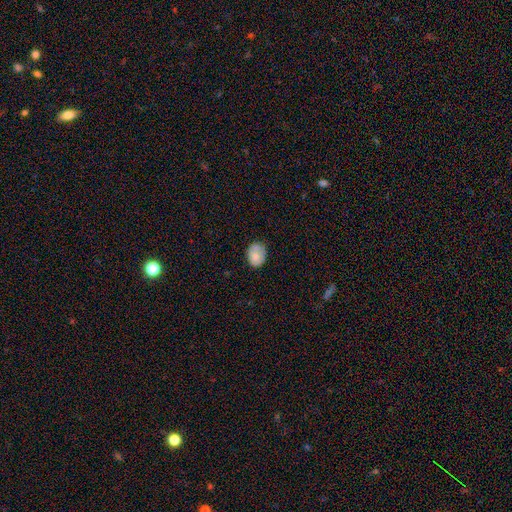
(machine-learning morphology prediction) Smooth or featured: smooth — 80% (featured or disk — 13%)
How rounded: in between — 65% (round — 34%)
Merging: none — 69% (minor disturbance — 25%)